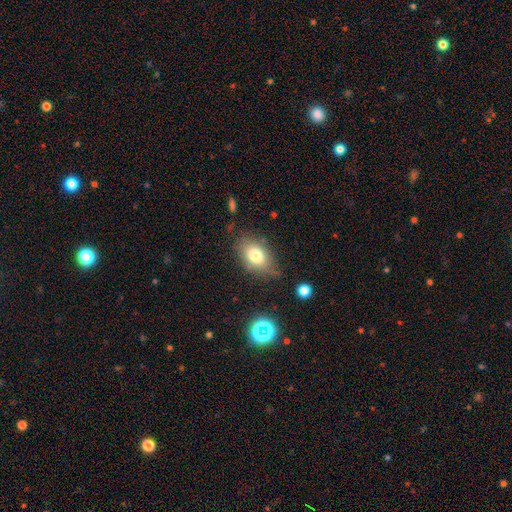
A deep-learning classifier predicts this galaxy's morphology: Smooth or featured: smooth — 76% (featured or disk — 14%)
How rounded: in between — 83% (round — 15%)
Merging: none — 68% (minor disturbance — 22%)